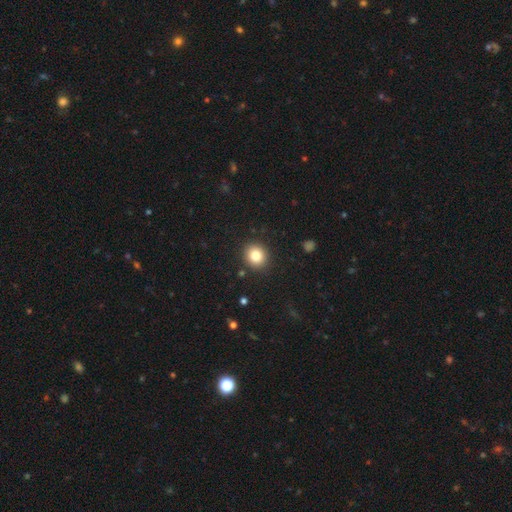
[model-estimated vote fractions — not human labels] The model was most divided on "smooth or featured": smooth: 82%, star or artifact: 11%, featured or disk: 7%. More confident: merging — none (90%); how rounded — round (87%).